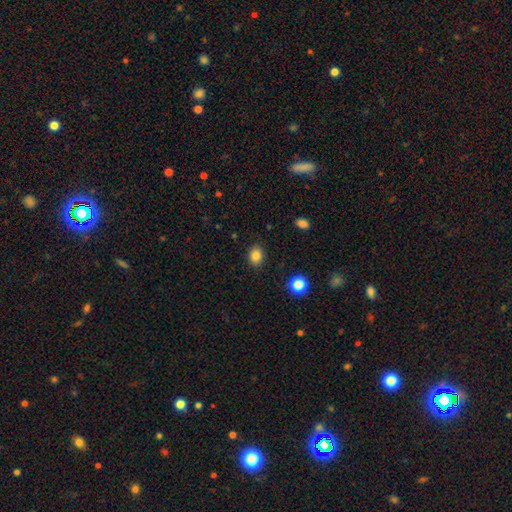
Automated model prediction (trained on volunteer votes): Smooth or featured: smooth — 84% (star or artifact — 11%)
How rounded: in between — 51% (round — 48%)
Merging: none — 88% (minor disturbance — 9%)